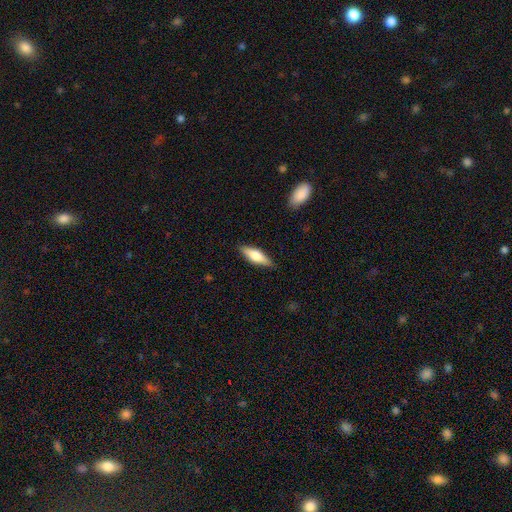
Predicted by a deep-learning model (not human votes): Smooth or featured? smooth (61%)
How rounded? in between (51%)
Merging? none (88%)